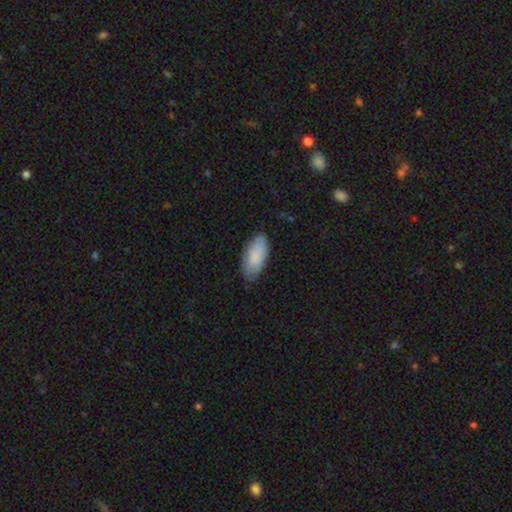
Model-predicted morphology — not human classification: type=smooth (87%); roundness=in between (91%); merging=none (79%).